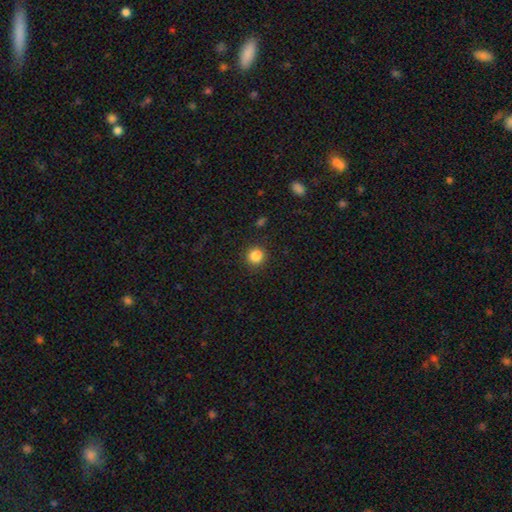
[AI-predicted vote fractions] This appears to be a smooth galaxy with no disk features (86%) that is round (90%). Merging: none (89%).